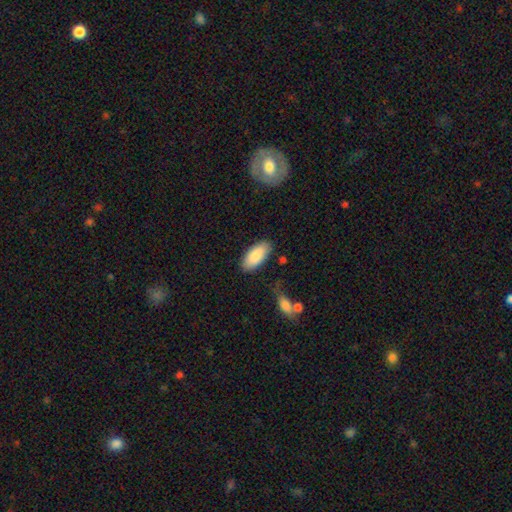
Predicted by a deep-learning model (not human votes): A smooth galaxy with no disk features (87%) that is in between round and cigar-shaped (91%).

Vote fractions:
- Smooth or featured? smooth: 87% / featured or disk: 7% / star or artifact: 6%
- How rounded? in between: 91% / cigar-shaped: 8% / round: 2%
- Merging? none: 82% / minor disturbance: 12% / major disturbance: 3% / merger: 3%